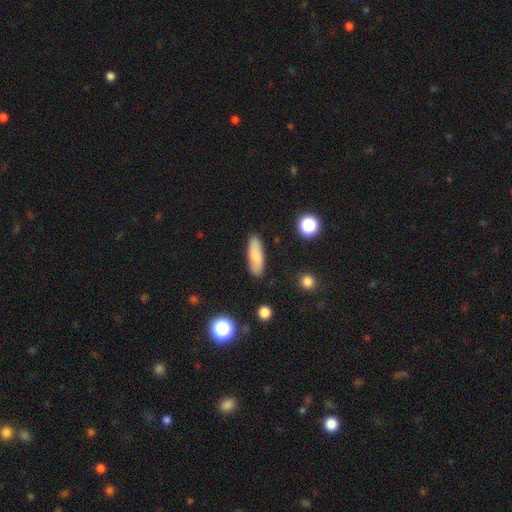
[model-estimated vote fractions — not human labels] Smooth or featured? Predicted: smooth (p=0.72). How rounded? Predicted: in between (p=0.55). Merging? Predicted: none (p=0.85).